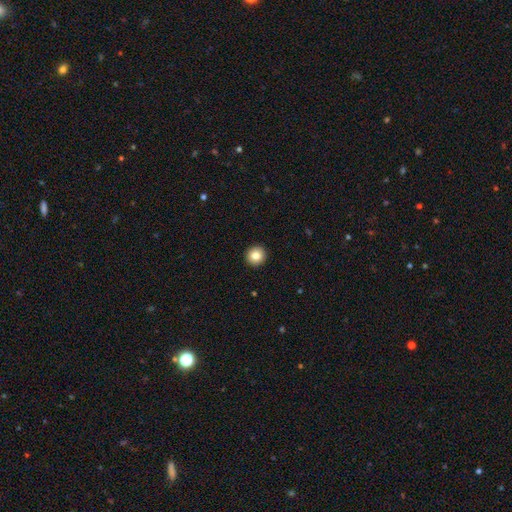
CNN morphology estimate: type=smooth (83%); roundness=round (95%); merging=none (94%).